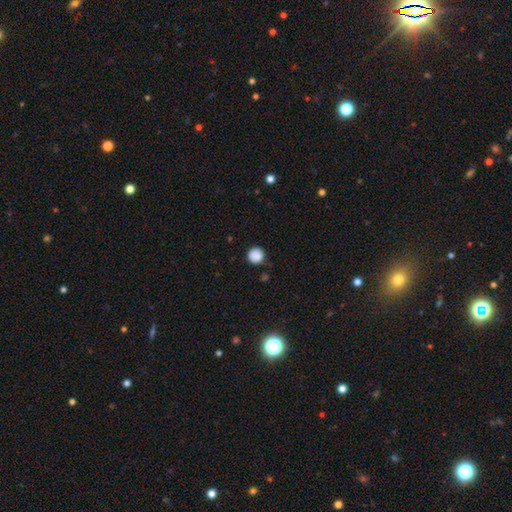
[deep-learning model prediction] smooth_or_featured: smooth (p=0.88) [alt: star or artifact p=0.09]
how_rounded: round (p=0.95) [alt: in between p=0.04]
merging: none (p=0.88) [alt: minor disturbance p=0.08]